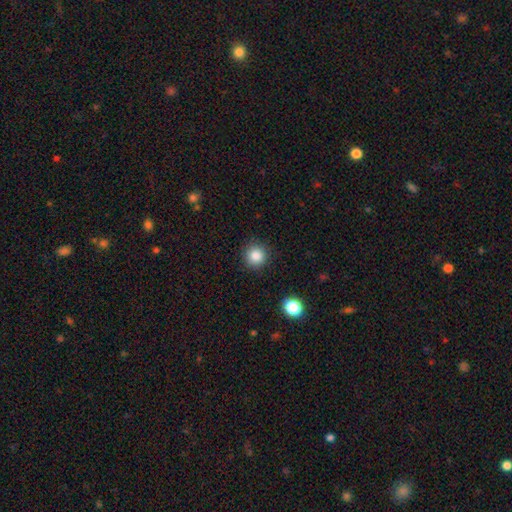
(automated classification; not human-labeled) Overall: smooth (85%). How rounded: round (94%). Merging: none (91%).